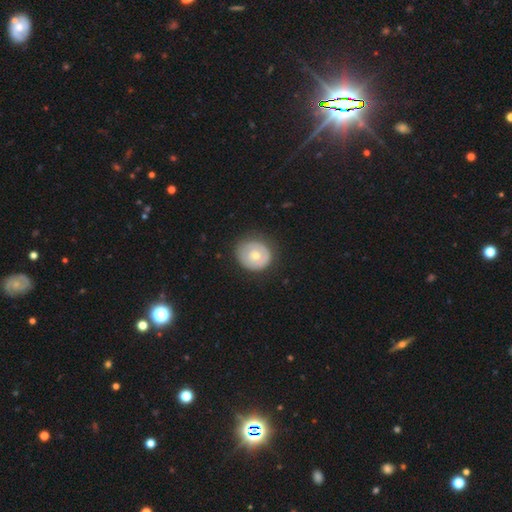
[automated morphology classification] smooth-or-featured: smooth: 55% | featured or disk: 39% | star or artifact: 6%
  how-rounded: round: 83% | in between: 16% | cigar-shaped: 1%
  merging: none: 76% | minor disturbance: 18% | major disturbance: 5% | merger: 1%